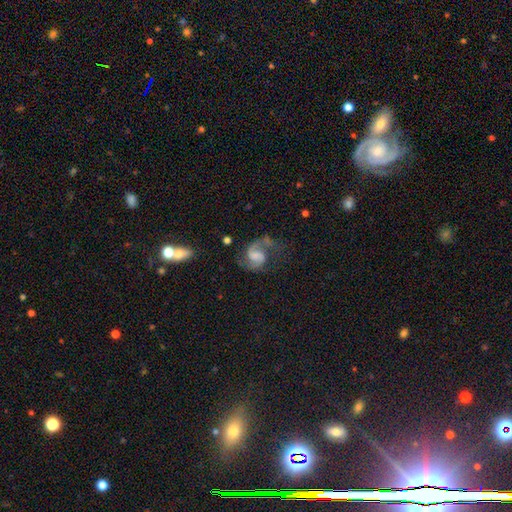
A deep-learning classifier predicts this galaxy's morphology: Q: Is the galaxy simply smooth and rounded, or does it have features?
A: featured or disk — 82%.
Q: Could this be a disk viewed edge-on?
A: no — 98%.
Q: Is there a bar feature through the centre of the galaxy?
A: weak — 46%.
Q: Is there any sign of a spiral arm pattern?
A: yes — 96%.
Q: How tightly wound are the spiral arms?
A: medium — 50%.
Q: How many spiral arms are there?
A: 2 — 81%.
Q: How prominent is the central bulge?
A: none — 42%.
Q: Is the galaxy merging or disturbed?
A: none — 51%.